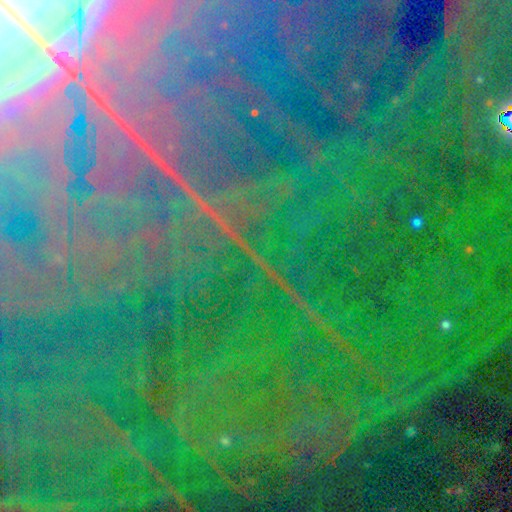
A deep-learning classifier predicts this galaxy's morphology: Smooth or featured: star or artifact — 87% (featured or disk — 7%)